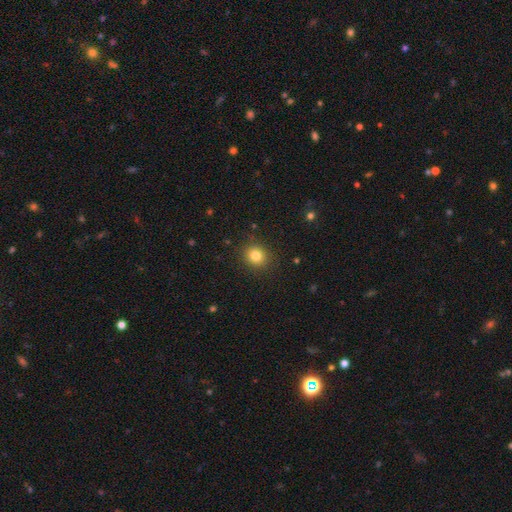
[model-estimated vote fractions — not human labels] Smooth or featured? smooth (81%)
How rounded? round (78%)
Merging? none (88%)